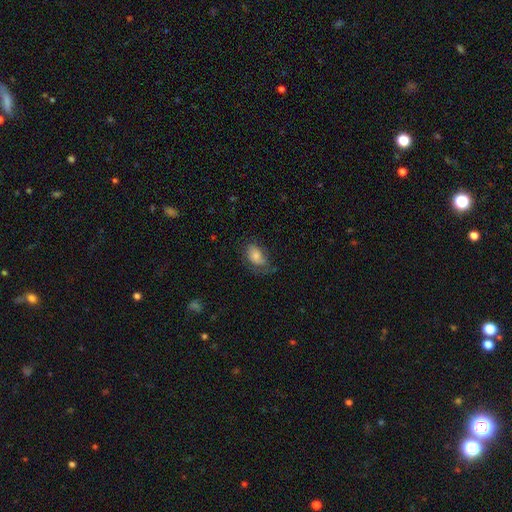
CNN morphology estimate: A smooth galaxy with no disk features (58%) that is in between round and cigar-shaped (84%). Merging: none (53%).